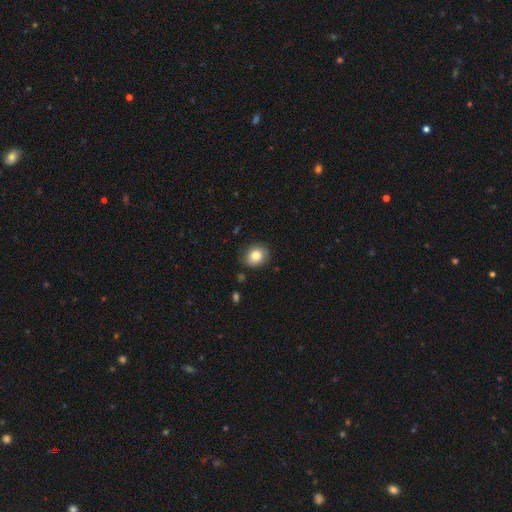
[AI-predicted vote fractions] A smooth galaxy with no disk features (82%) that is round (64%). Merging: none (85%).